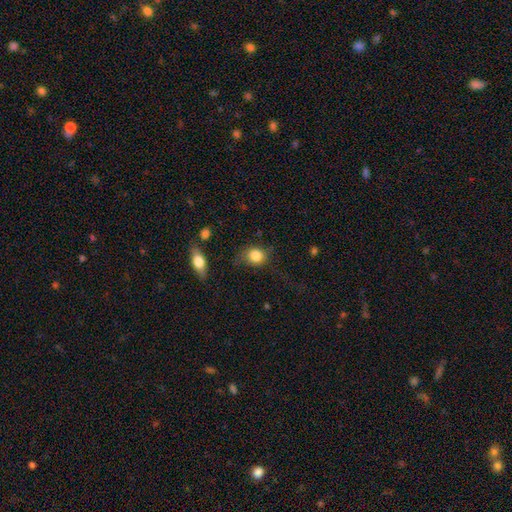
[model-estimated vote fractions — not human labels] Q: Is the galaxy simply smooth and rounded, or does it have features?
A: smooth — 84%.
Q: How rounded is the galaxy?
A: round — 70%.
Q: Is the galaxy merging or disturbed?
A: none — 60%.